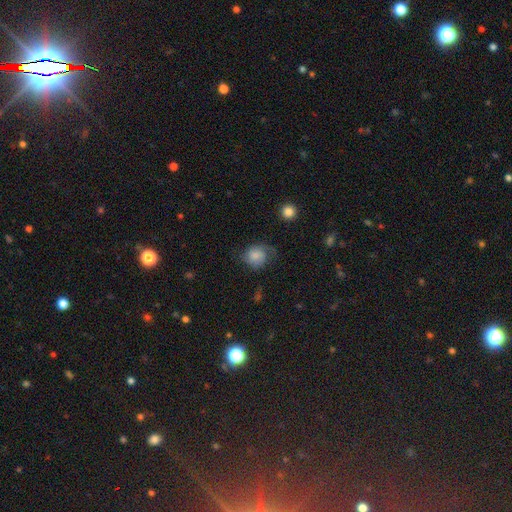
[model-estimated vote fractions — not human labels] This appears to be a smooth galaxy with no disk features (68%) that is round (73%). Merging: none (49%).